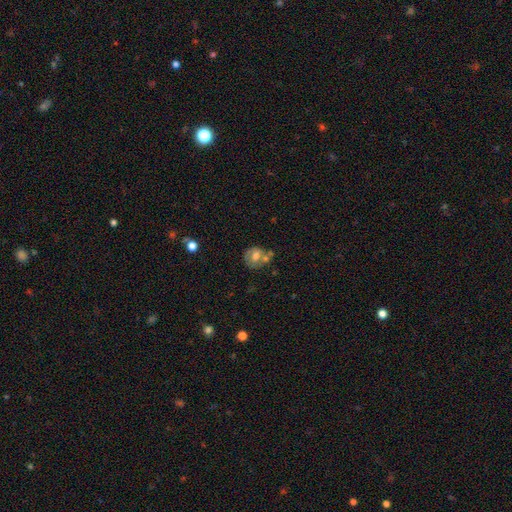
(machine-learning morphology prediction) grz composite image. It shows a smooth galaxy with no disk features (53%) that is round (66%). Merging: none (43%).